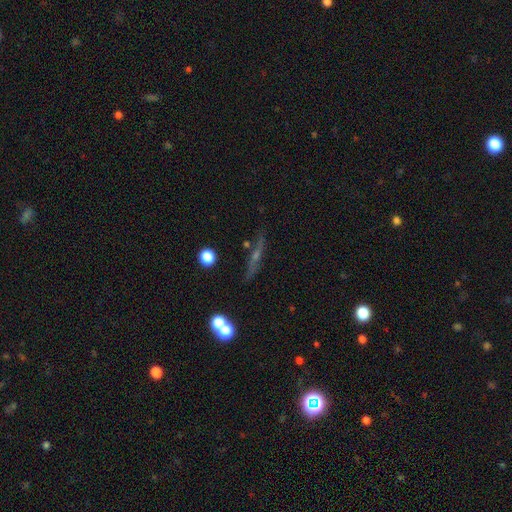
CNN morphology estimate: Smooth or featured?
  - featured or disk: 58% *
  - smooth: 24%
  - star or artifact: 17%
Edge-on disk?
  - yes: 84% *
  - no: 16%
Merging?
  - none: 76% *
  - minor disturbance: 14%
  - major disturbance: 5%
  - merger: 5%